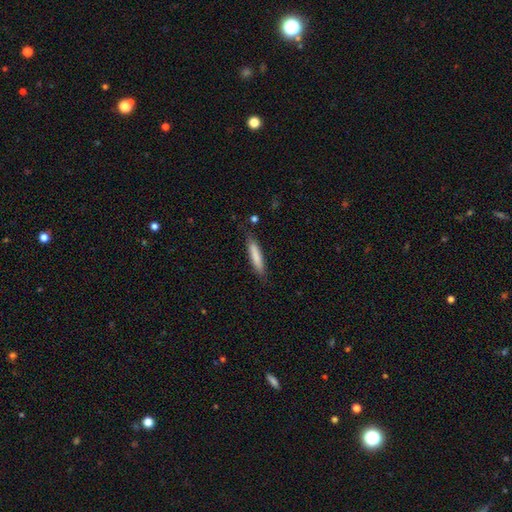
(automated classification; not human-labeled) Smooth or featured?
  - smooth: 79% *
  - featured or disk: 15%
  - star or artifact: 6%
How rounded?
  - cigar-shaped: 87% *
  - in between: 12%
  - round: 1%
Merging?
  - none: 81% *
  - minor disturbance: 14%
  - major disturbance: 3%
  - merger: 2%